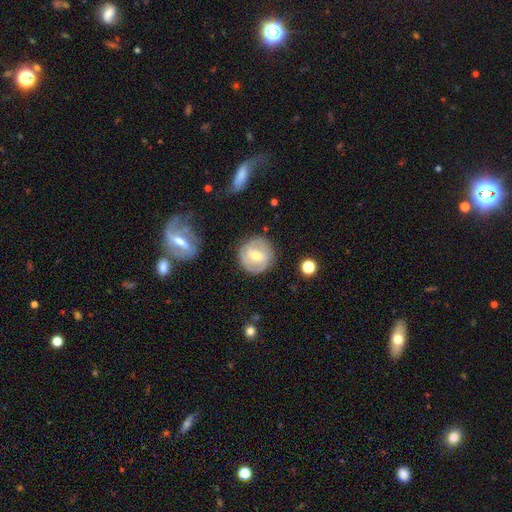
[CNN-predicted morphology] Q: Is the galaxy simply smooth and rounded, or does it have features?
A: featured or disk — 71%.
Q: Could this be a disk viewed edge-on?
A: no — 96%.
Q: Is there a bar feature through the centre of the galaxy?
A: weak — 48%.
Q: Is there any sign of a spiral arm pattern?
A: yes — 82%.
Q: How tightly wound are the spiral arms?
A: tight — 53%.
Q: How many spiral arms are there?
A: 2 — 58%.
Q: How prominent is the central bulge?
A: moderate — 56%.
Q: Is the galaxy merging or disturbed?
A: none — 81%.